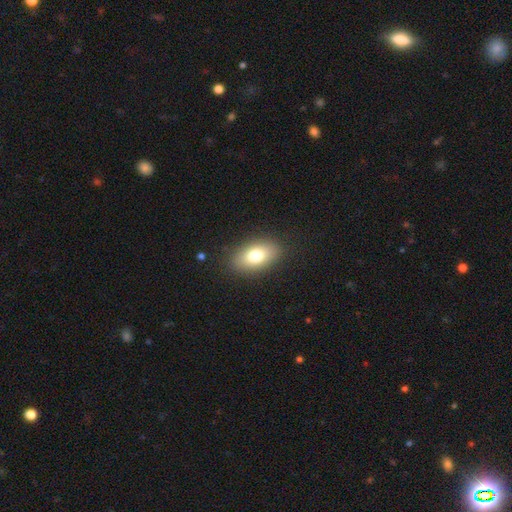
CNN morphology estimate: This is likely a smooth galaxy (76%). How rounded: clearly in between (89%). Merging: clearly none (87%).